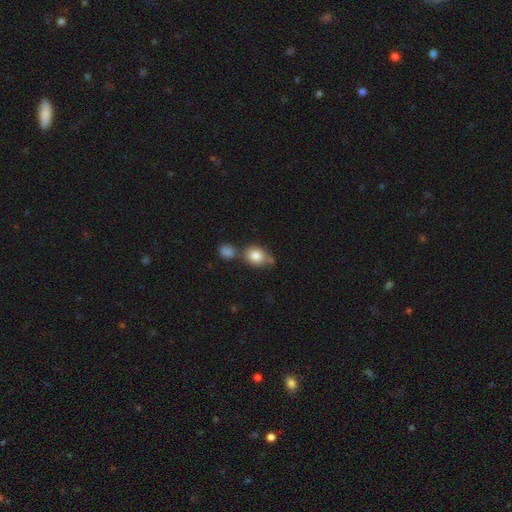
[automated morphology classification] Smooth or featured: smooth — 82% (featured or disk — 10%)
How rounded: in between — 55% (round — 44%)
Merging: none — 53% (merger — 27%)